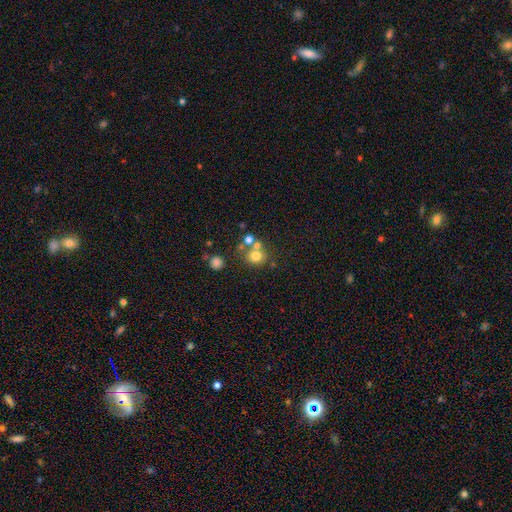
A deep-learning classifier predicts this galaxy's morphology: A smooth galaxy with no disk features (72%) that is round (85%). Merging: none (57%).